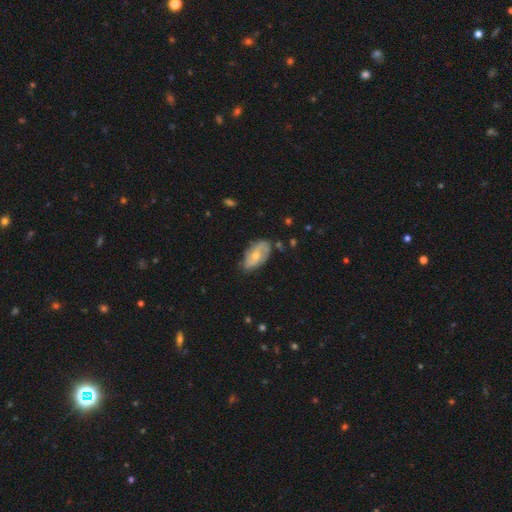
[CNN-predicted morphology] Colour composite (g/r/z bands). It shows a featured or disk galaxy (58%) with no bar (60%), spiral arms (81%) and a moderate central bulge (49%). Merging: none (67%).